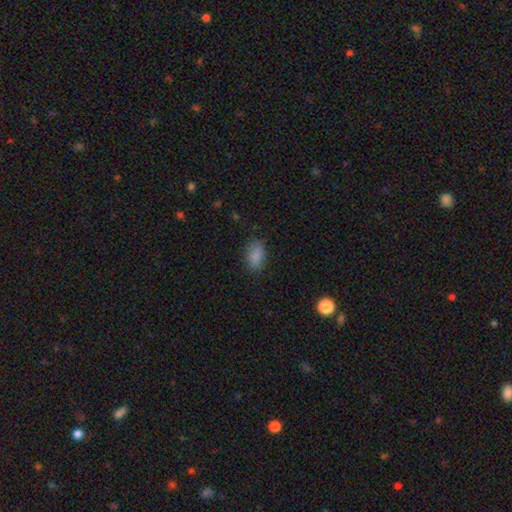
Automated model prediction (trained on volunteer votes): This appears to be a smooth galaxy with no disk features (84%) that is in between round and cigar-shaped (89%). Merging: none (76%).